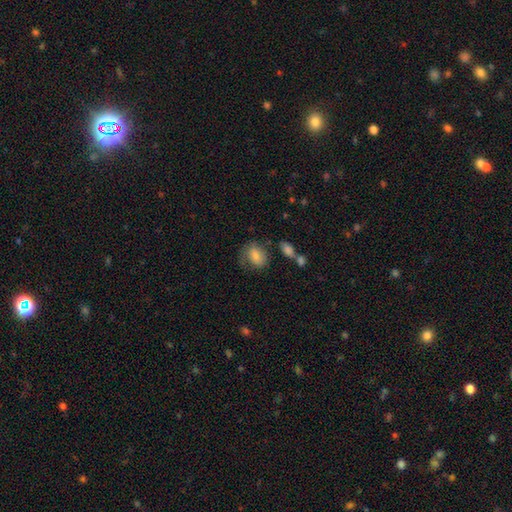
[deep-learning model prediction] The model was most divided on "merging": none: 53%, minor disturbance: 26%, major disturbance: 15%, merger: 6%. More confident: smooth or featured — smooth (73%); how rounded — in between (66%).